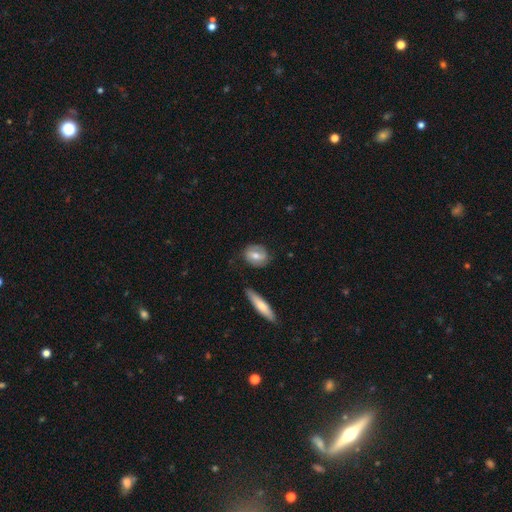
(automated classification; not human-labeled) Q: Smooth or featured?
A: smooth (60%); runner-up: featured or disk (34%)
Q: How rounded?
A: round (51%); runner-up: in between (44%)
Q: Merging?
A: none (80%); runner-up: minor disturbance (14%)